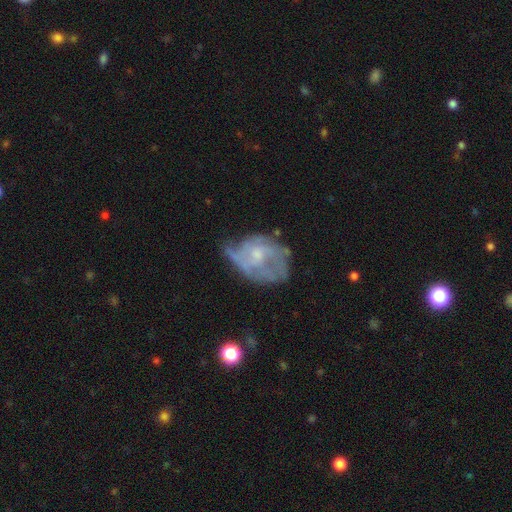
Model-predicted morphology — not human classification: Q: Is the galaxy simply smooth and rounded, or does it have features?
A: featured or disk — 67%.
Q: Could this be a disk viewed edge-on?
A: no — 97%.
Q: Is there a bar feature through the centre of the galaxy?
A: no — 74%.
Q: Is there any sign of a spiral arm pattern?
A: yes — 58%.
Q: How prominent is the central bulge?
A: small — 49%.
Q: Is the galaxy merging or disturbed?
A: none — 39%.